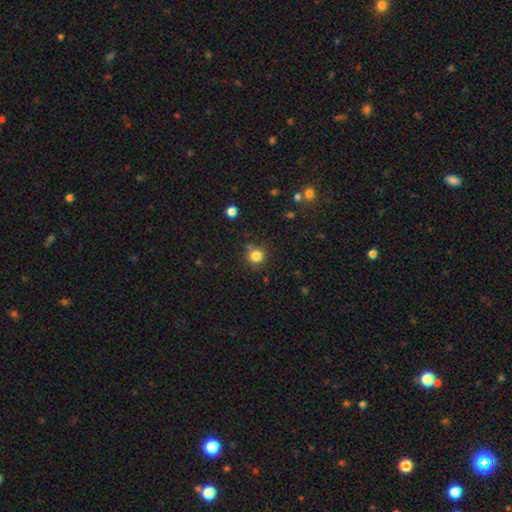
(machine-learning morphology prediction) Smooth or featured?
  - smooth: 83% *
  - star or artifact: 13%
  - featured or disk: 5%
How rounded?
  - round: 92% *
  - in between: 7%
  - cigar-shaped: 1%
Merging?
  - none: 78% *
  - minor disturbance: 12%
  - merger: 7%
  - major disturbance: 4%